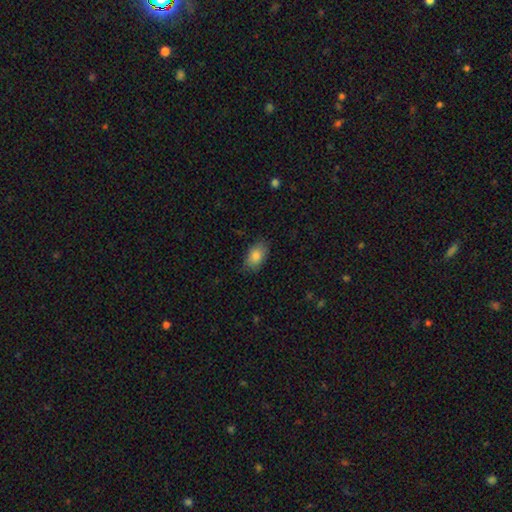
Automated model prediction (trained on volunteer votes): smooth-or-featured: smooth: 84% | featured or disk: 9% | star or artifact: 8%
  how-rounded: in between: 90% | round: 8% | cigar-shaped: 2%
  merging: none: 79% | minor disturbance: 16% | major disturbance: 3% | merger: 1%